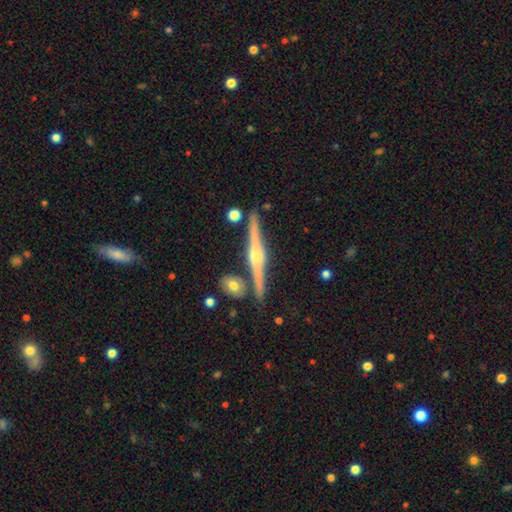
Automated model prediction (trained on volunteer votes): A featured or disk galaxy (84%) viewed edge-on (98%) with a rounded central bulge (90%). Merging: none (85%).